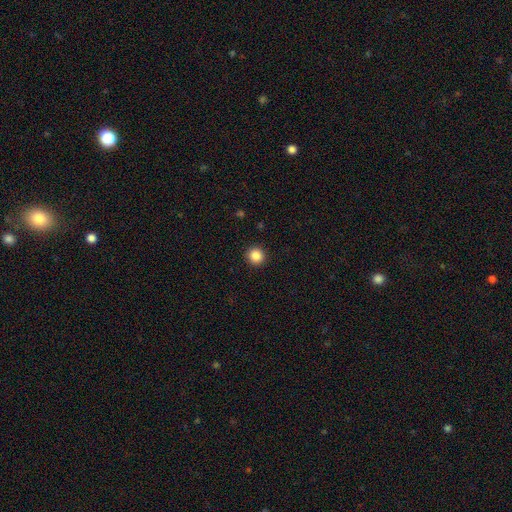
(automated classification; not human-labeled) Smooth or featured? Predicted: smooth (p=0.86). How rounded? Predicted: round (p=0.95). Merging? Predicted: none (p=0.93).